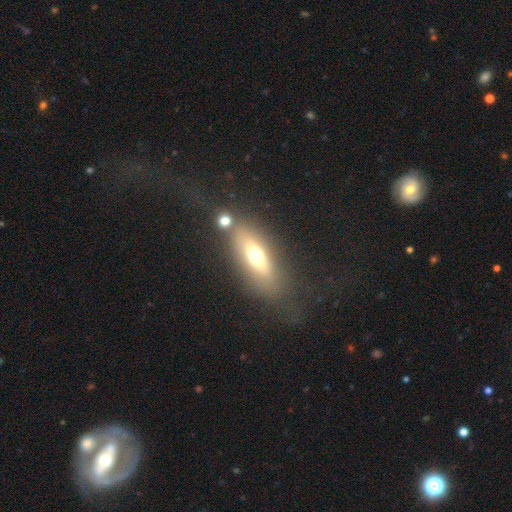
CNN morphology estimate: This is possibly a smooth galaxy (55%). How rounded: likely in between (61%). Merging: likely none (69%).